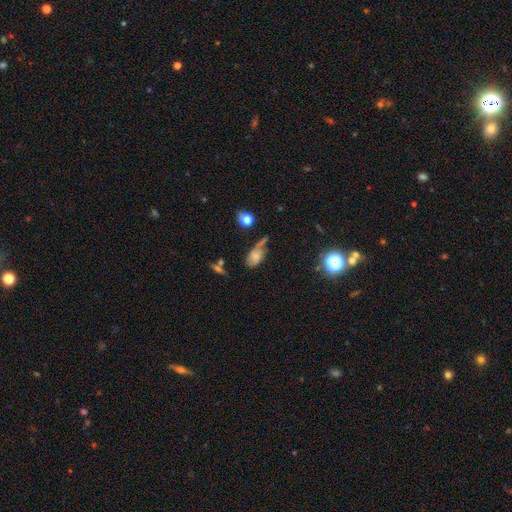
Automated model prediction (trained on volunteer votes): This appears to be a smooth galaxy with no disk features (54%) that is in between round and cigar-shaped (86%). Merging: minor disturbance (31%).